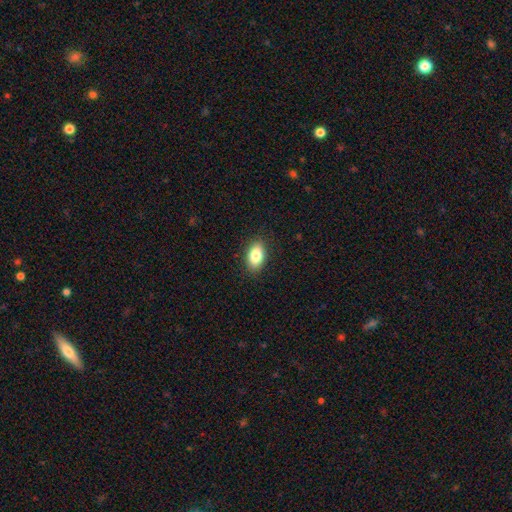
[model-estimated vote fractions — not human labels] This is clearly a smooth galaxy (83%). How rounded: clearly in between (89%). Merging: clearly none (88%).